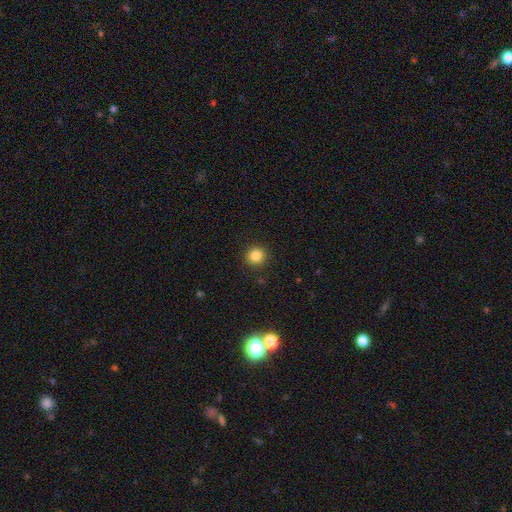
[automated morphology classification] Smooth or featured? Predicted: smooth (p=0.84). How rounded? Predicted: round (p=0.91). Merging? Predicted: none (p=0.91).